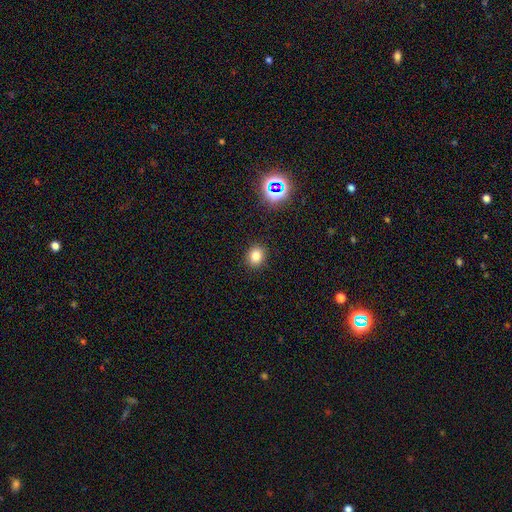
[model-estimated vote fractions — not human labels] The model was most divided on "how rounded": round: 67%, in between: 32%, cigar-shaped: 1%. More confident: merging — none (90%); smooth or featured — smooth (79%).